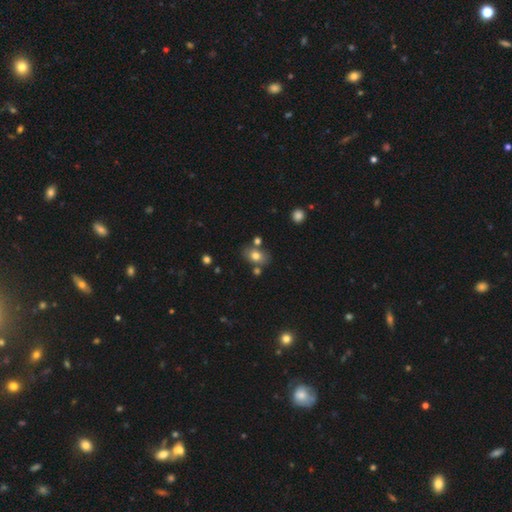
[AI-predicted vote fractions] Q: Smooth or featured?
A: smooth (74%); runner-up: featured or disk (15%)
Q: How rounded?
A: in between (71%); runner-up: round (28%)
Q: Merging?
A: none (69%); runner-up: merger (14%)